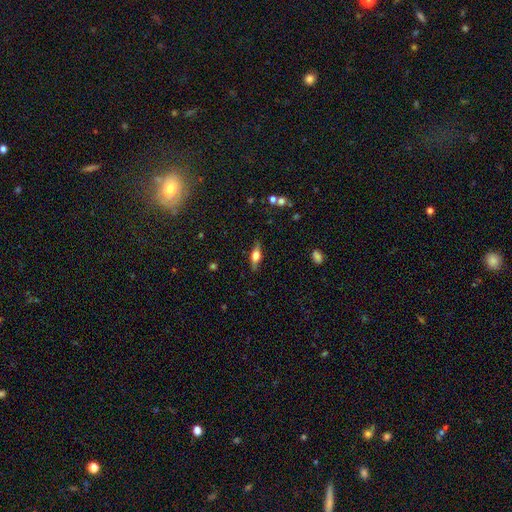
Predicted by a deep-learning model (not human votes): A featured or disk galaxy (52%) viewed edge-on (92%).

Vote fractions:
- Smooth or featured? featured or disk: 52% / smooth: 41% / star or artifact: 8%
- Edge-on disk? yes: 92% / no: 8%
- Merging? none: 84% / minor disturbance: 12% / major disturbance: 3% / merger: 1%